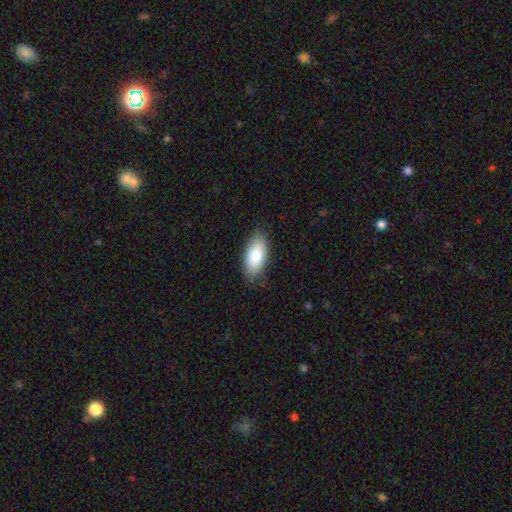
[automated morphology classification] Smooth or featured? smooth (82%)
How rounded? in between (91%)
Merging? none (82%)